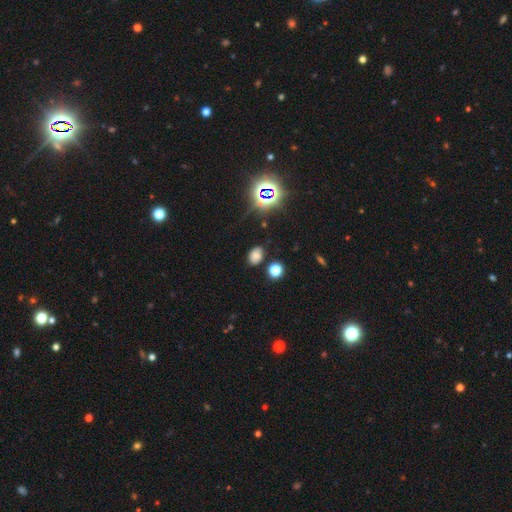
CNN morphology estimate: A smooth galaxy with no disk features (65%) that is in between round and cigar-shaped (78%). Merging: none (78%).